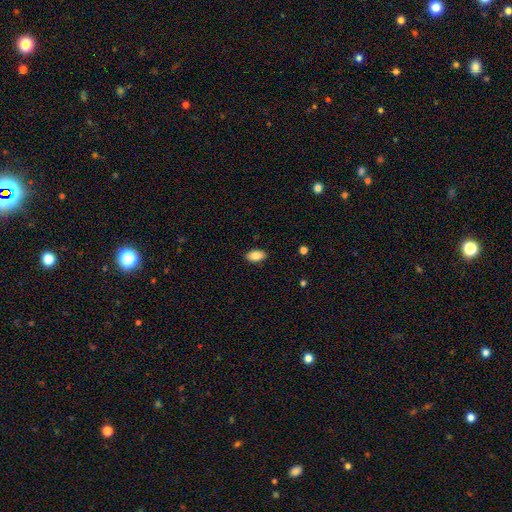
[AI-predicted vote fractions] This appears to be a smooth galaxy with no disk features (86%) that is in between round and cigar-shaped (93%). Merging: none (89%).